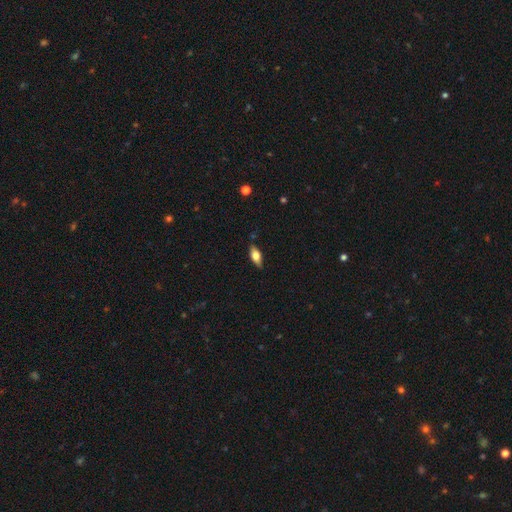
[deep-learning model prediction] Smooth or featured: smooth — 61% (featured or disk — 32%)
How rounded: in between — 80% (cigar-shaped — 16%)
Merging: none — 82% (minor disturbance — 15%)